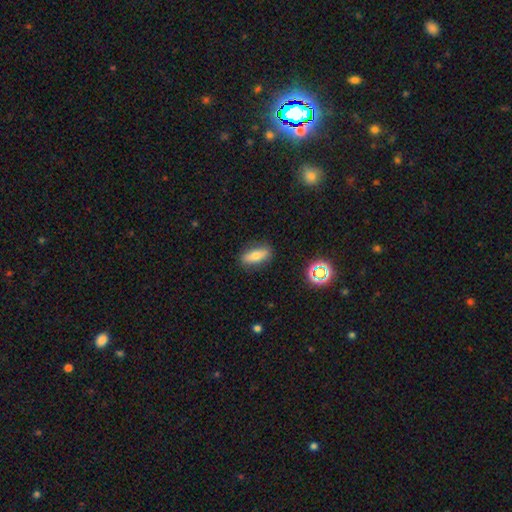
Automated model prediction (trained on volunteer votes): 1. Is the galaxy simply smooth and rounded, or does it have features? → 69% smooth, 21% featured or disk, 10% star or artifact.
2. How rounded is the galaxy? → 67% in between, 28% cigar-shaped, 4% round.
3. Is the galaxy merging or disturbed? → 84% none, 11% minor disturbance, 3% major disturbance, 2% merger.